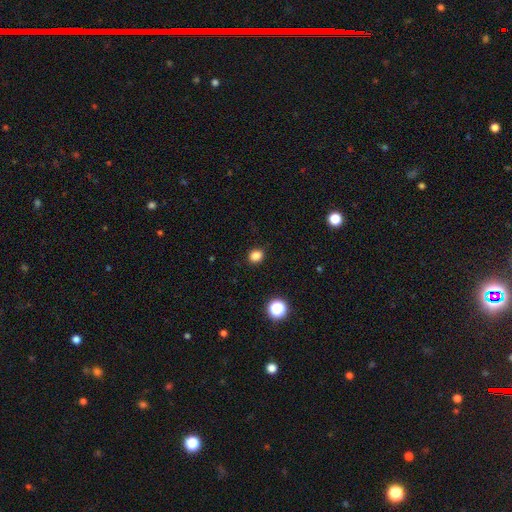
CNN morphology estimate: This is clearly a smooth galaxy (84%). How rounded: likely round (65%). Merging: clearly none (90%).